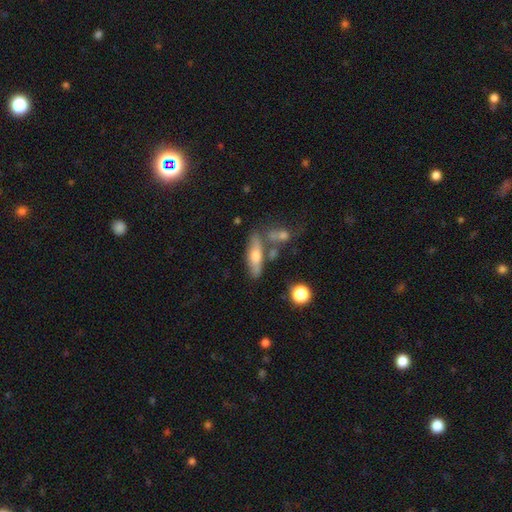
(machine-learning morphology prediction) smooth-or-featured: smooth: 53% | featured or disk: 39% | star or artifact: 8%
  how-rounded: cigar-shaped: 52% | in between: 44% | round: 4%
  merging: none: 62% | merger: 17% | minor disturbance: 15% | major disturbance: 6%